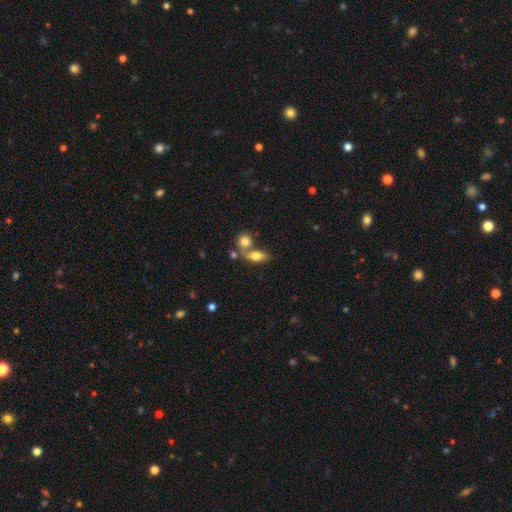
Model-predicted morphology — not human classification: A smooth galaxy with no disk features (71%) that is in between round and cigar-shaped (76%). Merging: merger (46%).